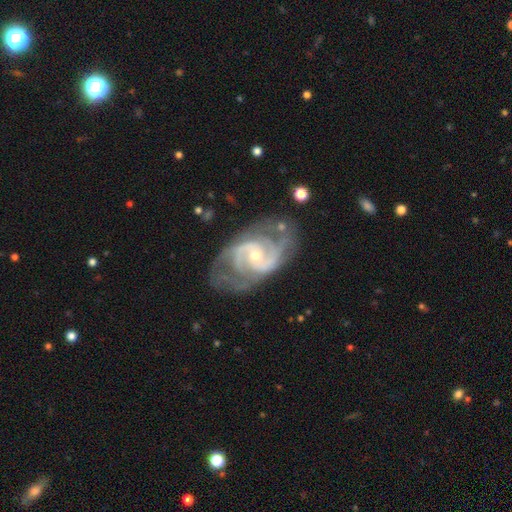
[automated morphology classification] smooth_or_featured: featured or disk (p=0.90) [alt: smooth p=0.05]
disk_edge_on: no (p=0.97) [alt: yes p=0.03]
bar: no (p=0.47) [alt: weak p=0.40]
has_spiral_arms: yes (p=0.97) [alt: no p=0.03]
spiral_winding: medium (p=0.50) [alt: tight p=0.36]
spiral_arm_count: 2 (p=0.69) [alt: 3 p=0.12]
bulge_size: small (p=0.54) [alt: moderate p=0.42]
merging: none (p=0.65) [alt: minor disturbance p=0.21]